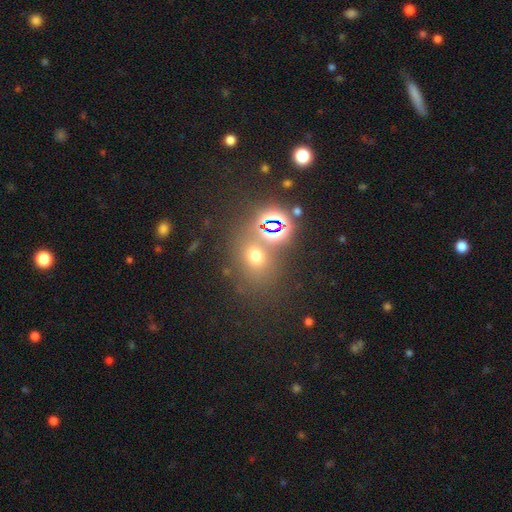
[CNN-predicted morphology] A smooth galaxy with no disk features (58%) that is round (62%).

Vote fractions:
- Smooth or featured? smooth: 58% / star or artifact: 32% / featured or disk: 10%
- How rounded? round: 62% / in between: 36% / cigar-shaped: 1%
- Merging? none: 65% / merger: 17% / minor disturbance: 12% / major disturbance: 6%